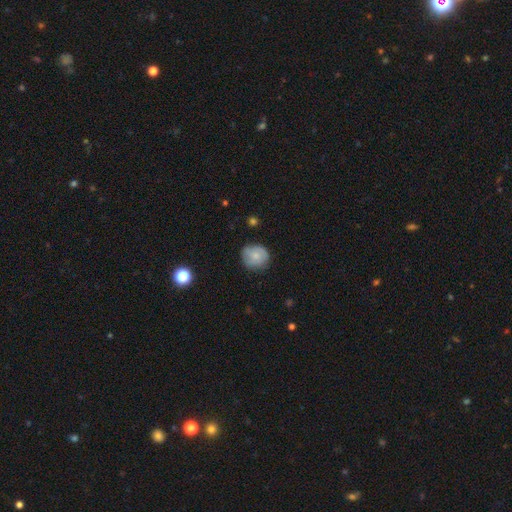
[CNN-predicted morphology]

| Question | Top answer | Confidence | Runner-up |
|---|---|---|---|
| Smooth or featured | smooth | 68% | featured or disk (25%) |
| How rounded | round | 84% | in between (15%) |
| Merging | none | 75% | minor disturbance (19%) |